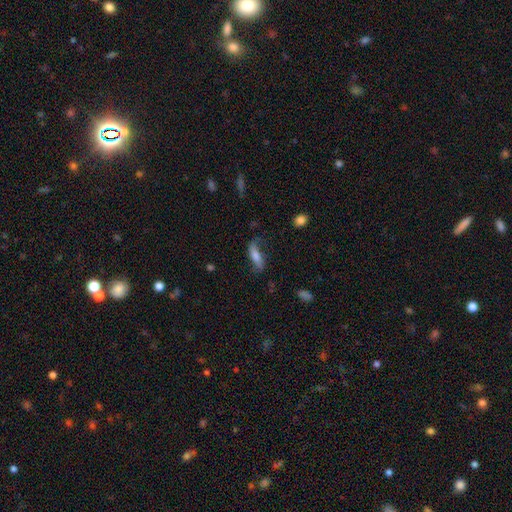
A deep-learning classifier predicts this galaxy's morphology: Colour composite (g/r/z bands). It shows a smooth galaxy with no disk features (56%) that is cigar-shaped (49%). Merging: none (59%).